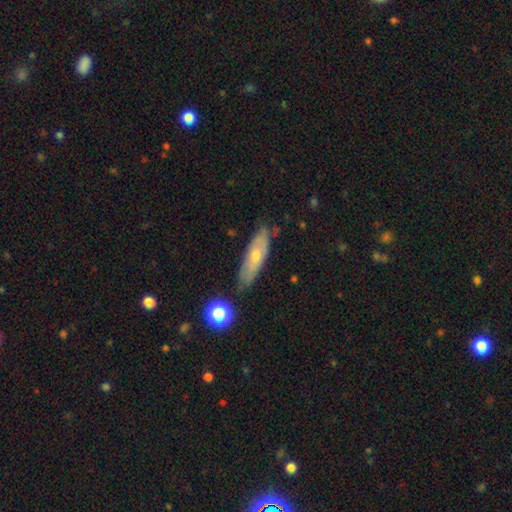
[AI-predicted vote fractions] smooth-or-featured: smooth: 47% | featured or disk: 45% | star or artifact: 8%
  merging: none: 75% | minor disturbance: 19% | major disturbance: 4% | merger: 3%